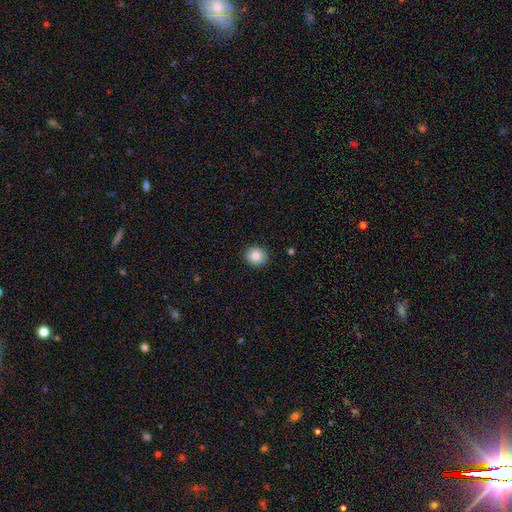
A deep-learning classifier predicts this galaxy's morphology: Q: Smooth or featured?
A: smooth (81%); runner-up: featured or disk (9%)
Q: How rounded?
A: round (83%); runner-up: in between (16%)
Q: Merging?
A: none (91%); runner-up: minor disturbance (7%)